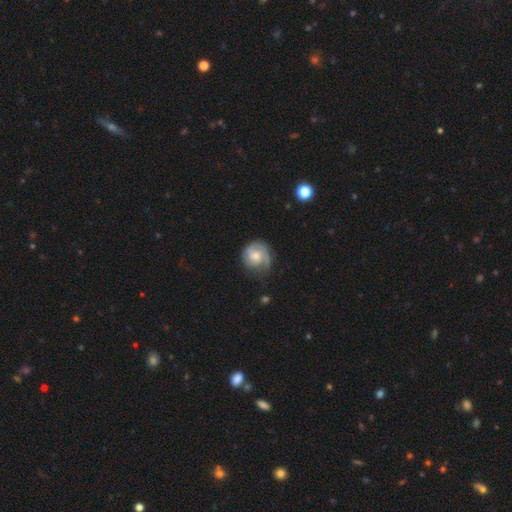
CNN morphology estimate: A featured or disk galaxy (65%) with no bar (68%), 2 (48%) tight (55%) spiral arms (91%) and a moderate central bulge (53%).

Vote fractions:
- Smooth or featured? featured or disk: 65% / smooth: 29% / star or artifact: 6%
- Edge-on disk? no: 98% / yes: 2%
- Bar? no: 68% / weak: 28% / strong: 4%
- Spiral arms? yes: 91% / no: 9%
- Spiral winding? tight: 55% / medium: 34% / loose: 12%
- Spiral arm count? 2: 48% / can't tell: 20% / 1: 16% / 3: 11% / 4: 2% / more than 4: 2%
- Bulge size? moderate: 53% / small: 39% / large: 5% / none: 3% / dominant: 1%
- Merging? none: 66% / minor disturbance: 23% / major disturbance: 9% / merger: 1%